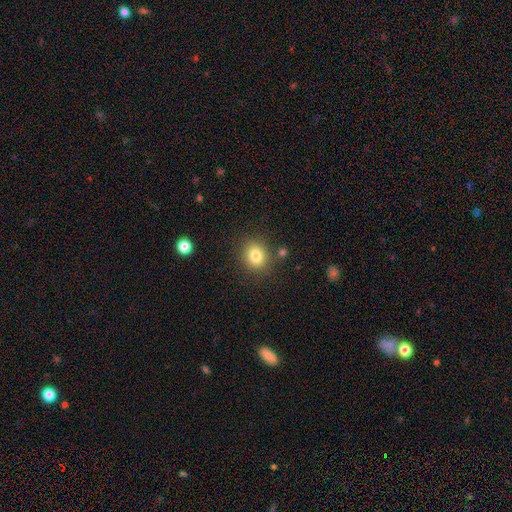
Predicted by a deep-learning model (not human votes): Smooth or featured: smooth — 81% (star or artifact — 11%)
How rounded: round — 75% (in between — 24%)
Merging: none — 83% (minor disturbance — 10%)